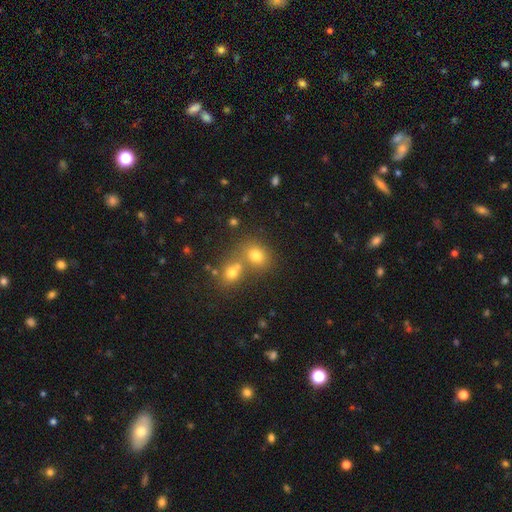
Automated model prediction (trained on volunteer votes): This appears to be a smooth galaxy with no disk features (75%) that is round (57%). Merging: none (48%).